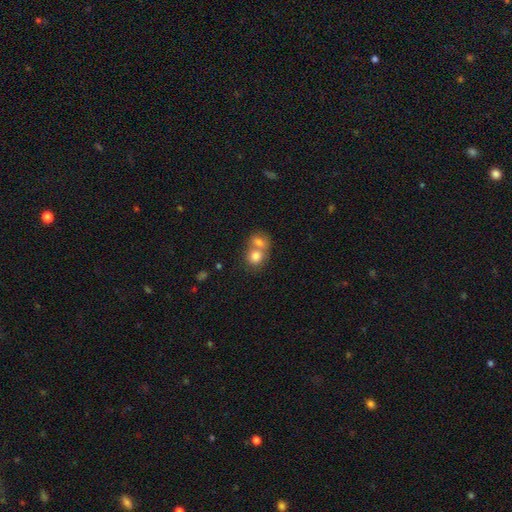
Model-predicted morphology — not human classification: This appears to be a smooth galaxy with no disk features (77%) that is round (66%). Merging: merger (65%).